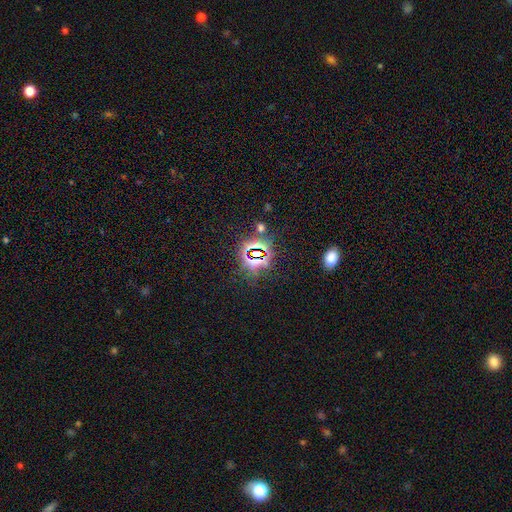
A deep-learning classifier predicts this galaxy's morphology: smooth_or_featured: star or artifact (p=0.76) [alt: smooth p=0.15]